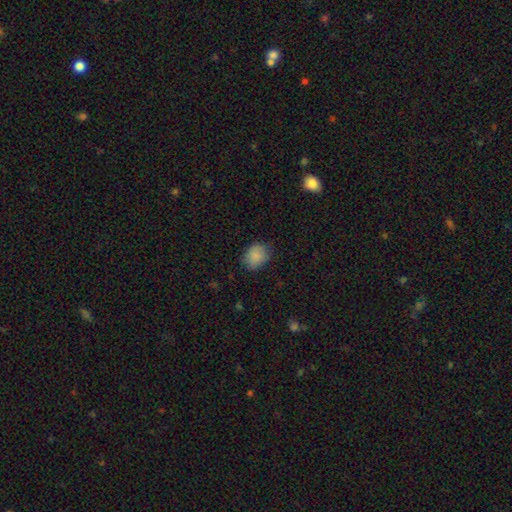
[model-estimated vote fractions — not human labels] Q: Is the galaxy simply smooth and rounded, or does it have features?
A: smooth — 87%.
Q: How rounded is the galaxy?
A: in between — 50%.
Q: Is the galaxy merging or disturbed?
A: none — 77%.